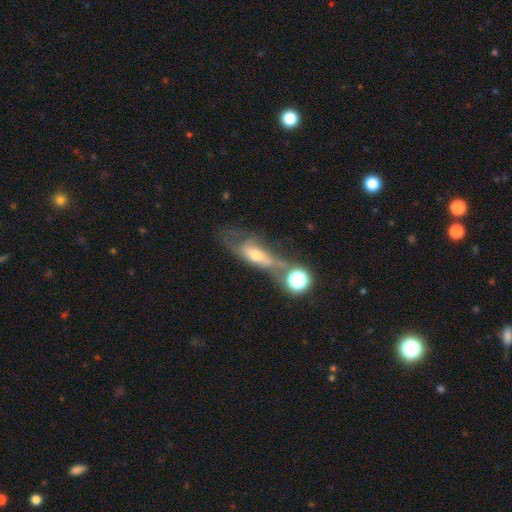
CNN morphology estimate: Q: Smooth or featured?
A: featured or disk (55%); runner-up: smooth (31%)
Q: Edge-on disk?
A: no (71%); runner-up: yes (29%)
Q: Merging?
A: none (33%); runner-up: major disturbance (24%)